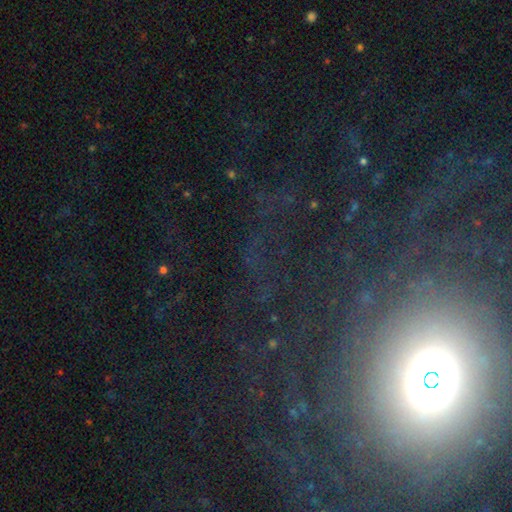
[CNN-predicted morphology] Smooth or featured: star or artifact — 46% (featured or disk — 36%)